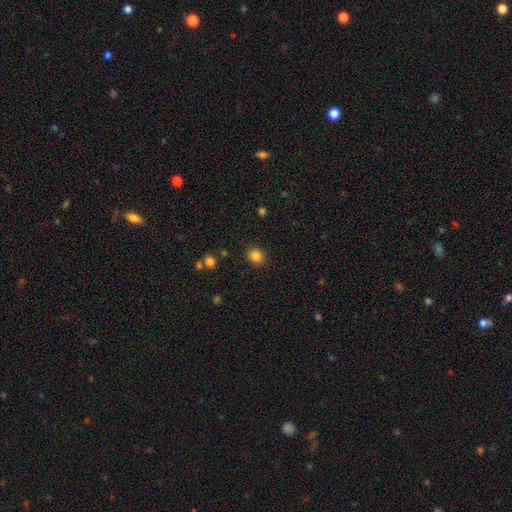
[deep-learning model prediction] smooth_or_featured: smooth (p=0.85) [alt: star or artifact p=0.11]
how_rounded: round (p=0.72) [alt: in between p=0.27]
merging: none (p=0.88) [alt: minor disturbance p=0.08]